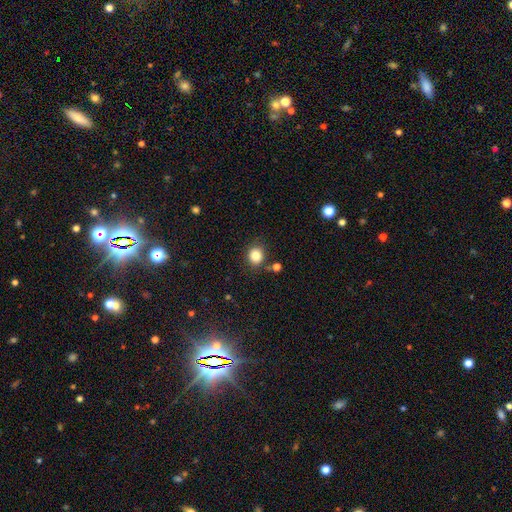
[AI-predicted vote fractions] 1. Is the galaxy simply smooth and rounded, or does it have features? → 84% smooth, 11% star or artifact, 5% featured or disk.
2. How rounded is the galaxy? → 76% round, 23% in between, 1% cigar-shaped.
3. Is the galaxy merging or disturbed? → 80% none, 11% minor disturbance, 6% merger, 3% major disturbance.